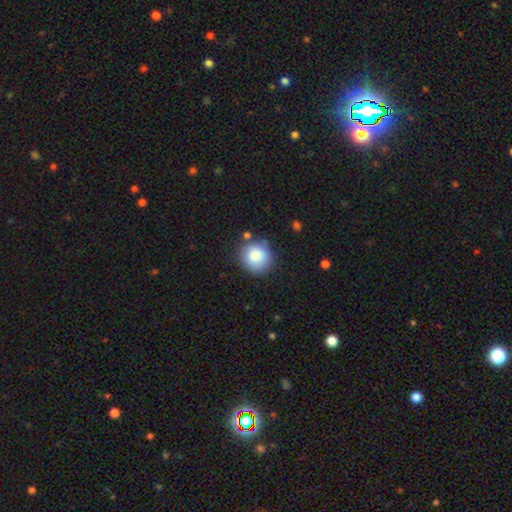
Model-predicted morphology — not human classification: Q: Smooth or featured?
A: smooth (85%); runner-up: star or artifact (8%)
Q: How rounded?
A: round (89%); runner-up: in between (10%)
Q: Merging?
A: none (80%); runner-up: minor disturbance (12%)